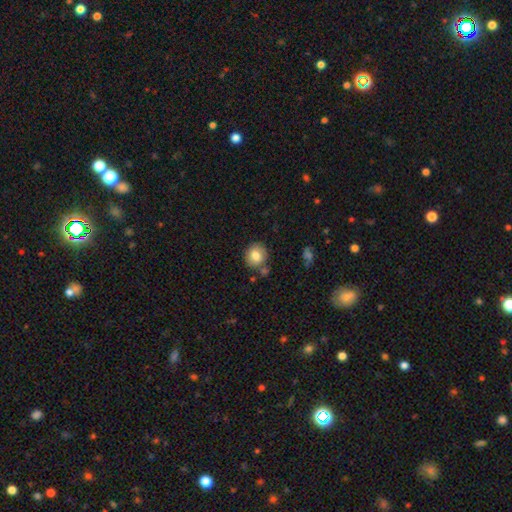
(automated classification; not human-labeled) smooth 80%, featured or disk 11%, star or artifact 9%. Down the decision tree: how rounded — round (86%); merging — none (77%).